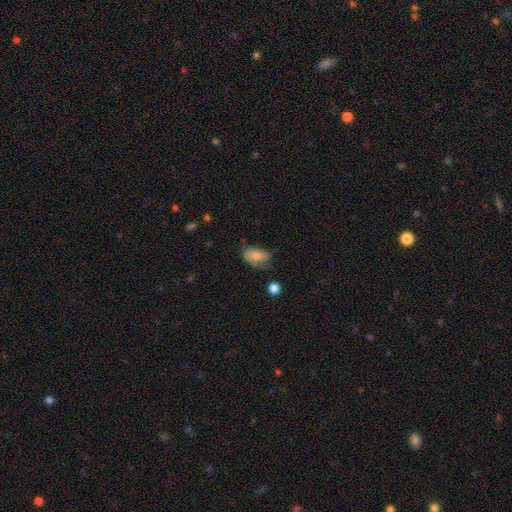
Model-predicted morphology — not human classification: Smooth or featured?
  - smooth: 69% *
  - featured or disk: 23%
  - star or artifact: 8%
How rounded?
  - in between: 90% *
  - round: 7%
  - cigar-shaped: 2%
Merging?
  - none: 48% *
  - minor disturbance: 34%
  - major disturbance: 16%
  - merger: 2%